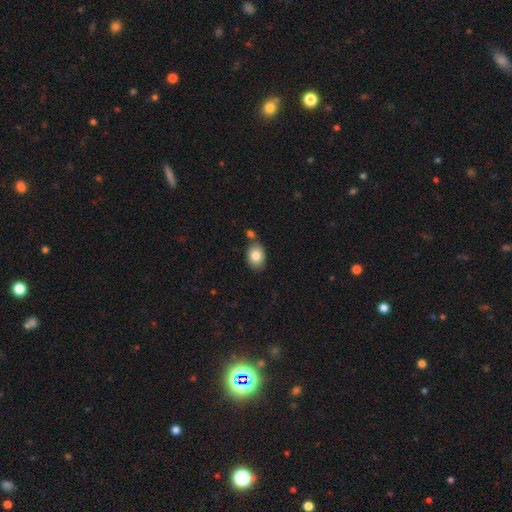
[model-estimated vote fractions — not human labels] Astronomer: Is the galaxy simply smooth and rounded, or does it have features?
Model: smooth — 84%.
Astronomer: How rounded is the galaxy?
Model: in between — 69%.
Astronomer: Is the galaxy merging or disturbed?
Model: none — 69%.